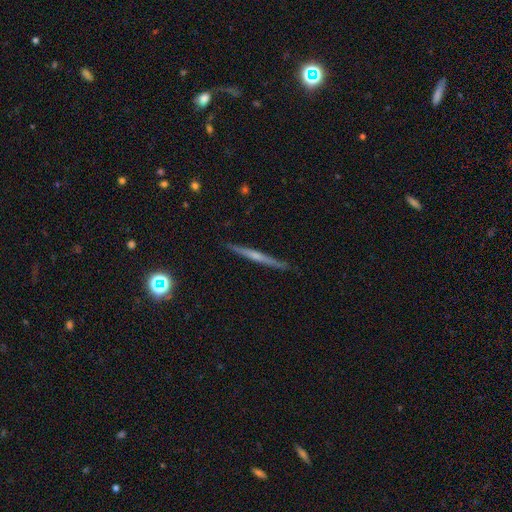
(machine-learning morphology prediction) smooth-or-featured: featured or disk: 67% | smooth: 26% | star or artifact: 7%
  disk-edge-on: yes: 98% | no: 2%
    edge-on-bulge: rounded: 51% | none: 42% | boxy: 8%
  merging: none: 90% | minor disturbance: 7% | major disturbance: 1% | merger: 1%